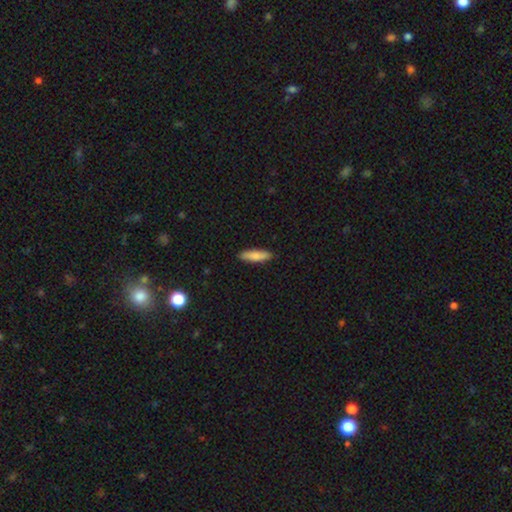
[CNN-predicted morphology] smooth-or-featured: smooth: 82% | featured or disk: 12% | star or artifact: 6%
  how-rounded: cigar-shaped: 65% | in between: 34% | round: 2%
  merging: none: 90% | minor disturbance: 8% | major disturbance: 2% | merger: 1%